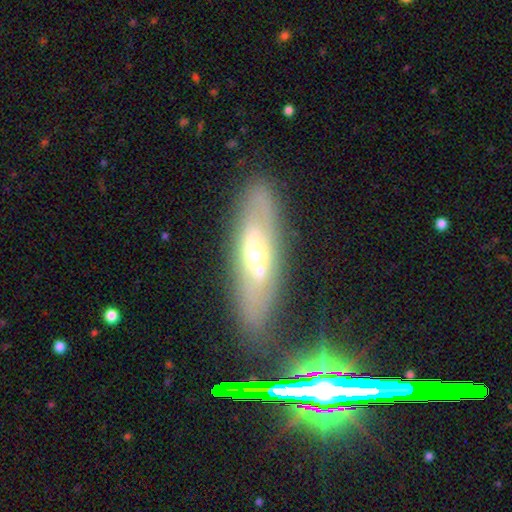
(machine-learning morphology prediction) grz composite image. It shows a featured or disk galaxy (60%). Merging: none (64%).